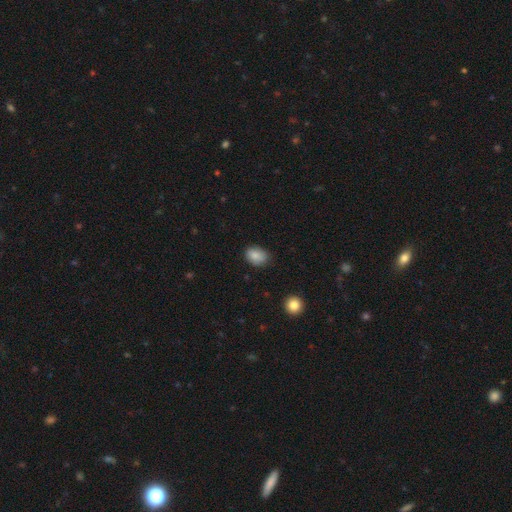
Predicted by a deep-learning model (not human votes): Smooth or featured: smooth — 86% (star or artifact — 8%)
How rounded: in between — 69% (round — 30%)
Merging: none — 80% (minor disturbance — 16%)